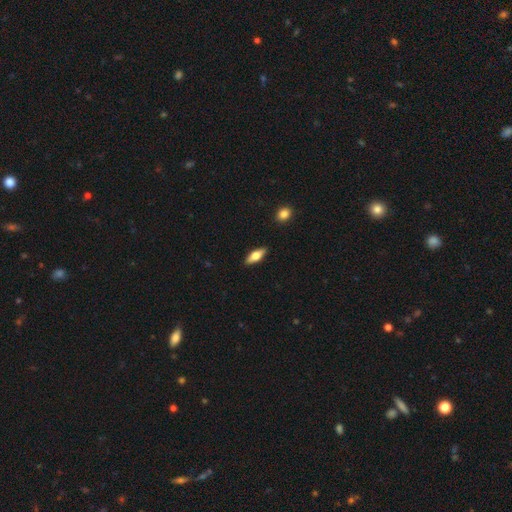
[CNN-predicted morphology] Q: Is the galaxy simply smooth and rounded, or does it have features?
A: smooth — 58%.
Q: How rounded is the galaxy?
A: in between — 67%.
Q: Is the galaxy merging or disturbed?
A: none — 89%.